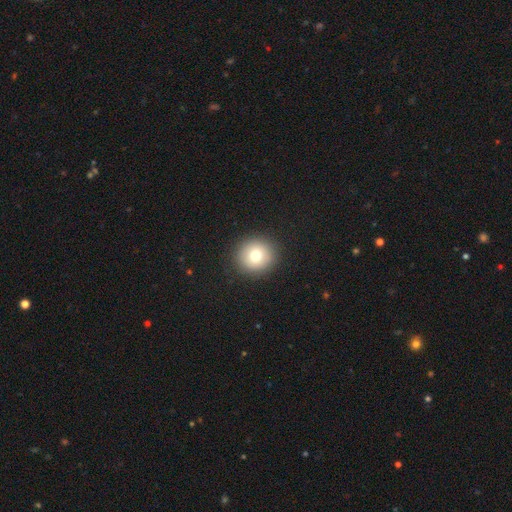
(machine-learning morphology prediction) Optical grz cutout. It shows a smooth galaxy with no disk features (76%) that is round (92%). Merging: none (91%).